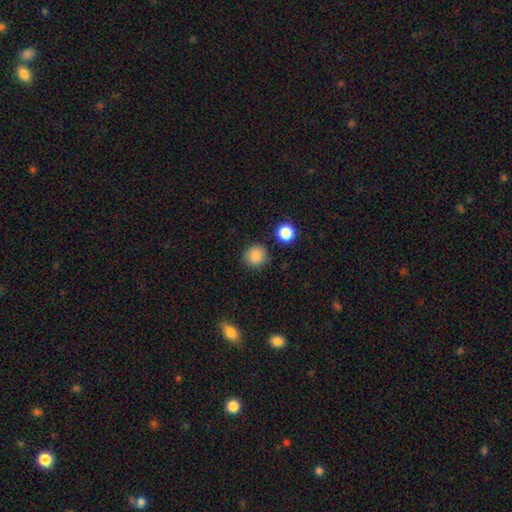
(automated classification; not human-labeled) Smooth or featured?
  - smooth: 87% *
  - star or artifact: 10%
  - featured or disk: 3%
How rounded?
  - round: 91% *
  - in between: 8%
  - cigar-shaped: 1%
Merging?
  - none: 87% *
  - minor disturbance: 7%
  - merger: 3%
  - major disturbance: 3%